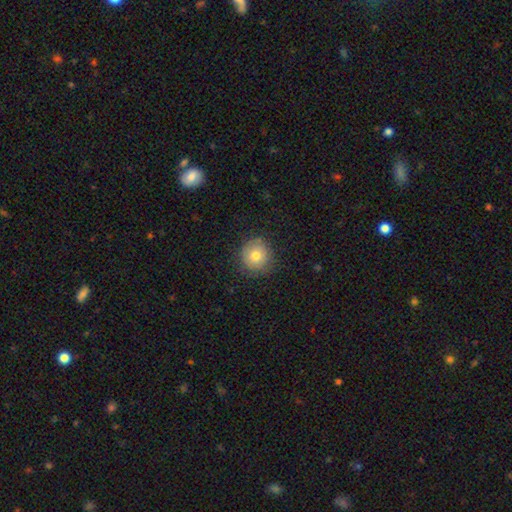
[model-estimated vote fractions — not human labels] Q: Smooth or featured?
A: smooth (74%); runner-up: featured or disk (16%)
Q: How rounded?
A: round (93%); runner-up: in between (6%)
Q: Merging?
A: none (81%); runner-up: minor disturbance (14%)